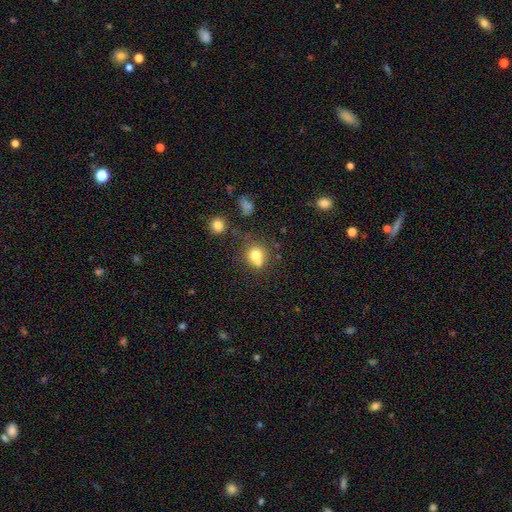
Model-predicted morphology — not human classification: A smooth galaxy with no disk features (72%) that is round (82%).

Vote fractions:
- Smooth or featured? smooth: 72% / featured or disk: 15% / star or artifact: 13%
- How rounded? round: 82% / in between: 17% / cigar-shaped: 1%
- Merging? none: 46% / merger: 38% / minor disturbance: 11% / major disturbance: 5%